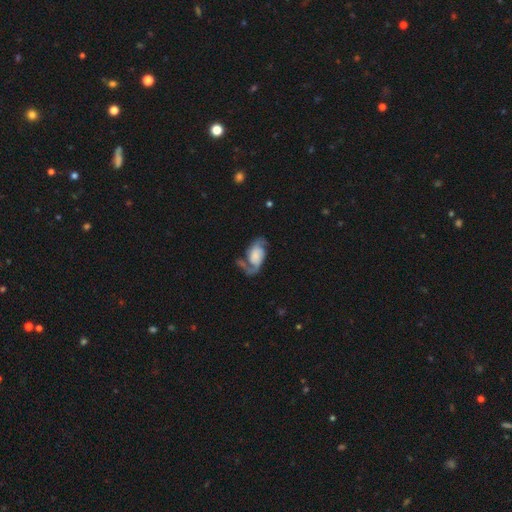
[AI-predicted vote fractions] Smooth or featured?
  - featured or disk: 79% *
  - smooth: 15%
  - star or artifact: 6%
Edge-on disk?
  - no: 97% *
  - yes: 3%
Bar?
  - no: 64% *
  - weak: 27%
  - strong: 9%
Spiral arms?
  - yes: 95% *
  - no: 5%
Spiral winding?
  - loose: 46% *
  - medium: 40%
  - tight: 15%
Spiral arm count?
  - 2: 89% *
  - 1: 4%
  - can't tell: 3%
  - 3: 2%
  - 4: 1%
  - more than 4: 1%
Bulge size?
  - none: 32% *
  - large: 24%
  - small: 21%
  - moderate: 14%
  - dominant: 10%
Merging?
  - none: 52% *
  - minor disturbance: 21%
  - major disturbance: 20%
  - merger: 6%